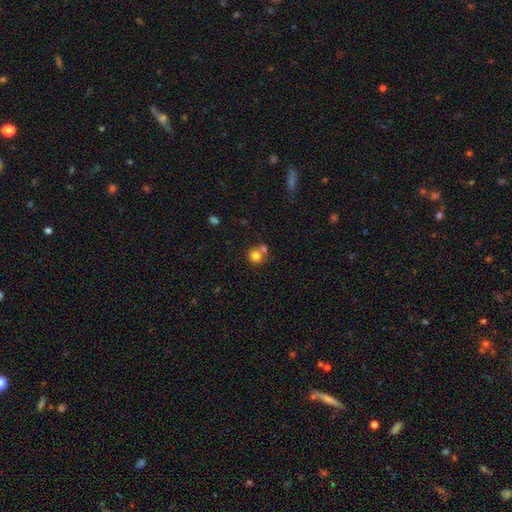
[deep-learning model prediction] A smooth galaxy with no disk features (79%) that is round (90%).

Vote fractions:
- Smooth or featured? smooth: 79% / star or artifact: 12% / featured or disk: 9%
- How rounded? round: 90% / in between: 9% / cigar-shaped: 1%
- Merging? none: 57% / merger: 33% / minor disturbance: 8% / major disturbance: 3%